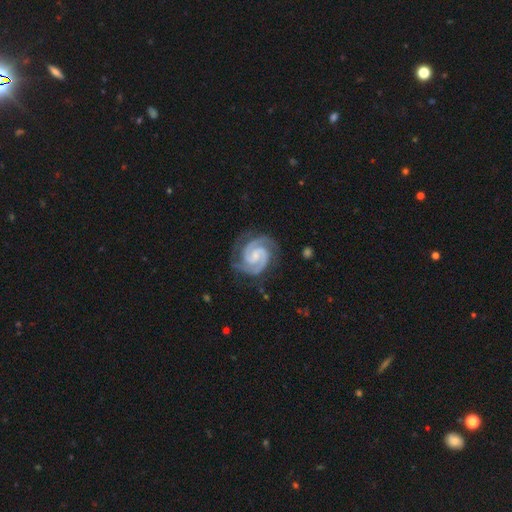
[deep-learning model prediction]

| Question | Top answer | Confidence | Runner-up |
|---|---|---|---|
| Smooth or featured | featured or disk | 94% | star or artifact (3%) |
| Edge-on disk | no | 98% | yes (2%) |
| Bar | weak | 47% | no (40%) |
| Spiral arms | yes | 99% | no (1%) |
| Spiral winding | tight | 60% | medium (37%) |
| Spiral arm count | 2 | 89% | 3 (5%) |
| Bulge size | small | 54% | moderate (23%) |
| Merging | none | 78% | minor disturbance (16%) |